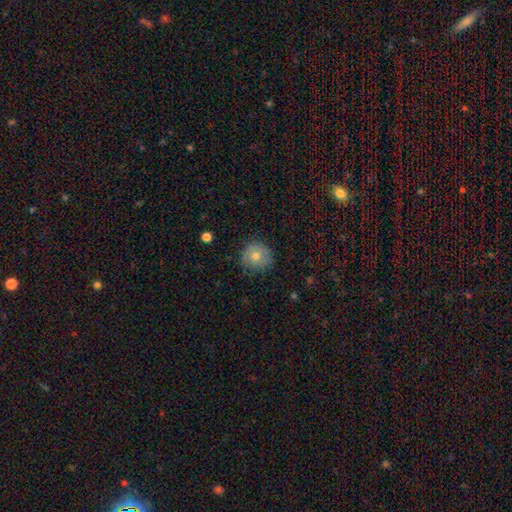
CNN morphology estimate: The model was most divided on "smooth or featured": smooth: 69%, featured or disk: 20%, star or artifact: 10%. More confident: how rounded — round (90%); merging — none (78%).